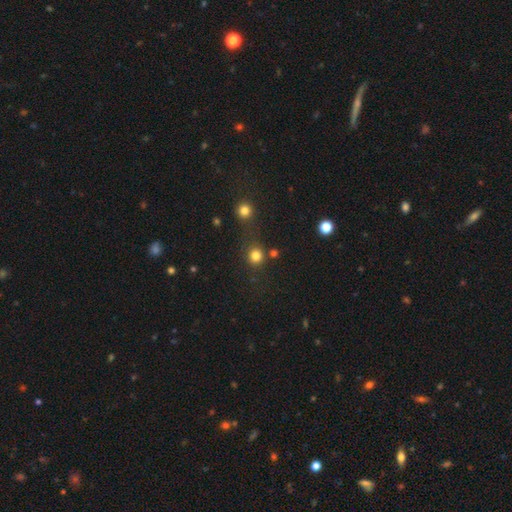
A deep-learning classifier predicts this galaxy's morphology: Smooth or featured? Predicted: smooth (p=0.81). How rounded? Predicted: round (p=0.91). Merging? Predicted: none (p=0.75).